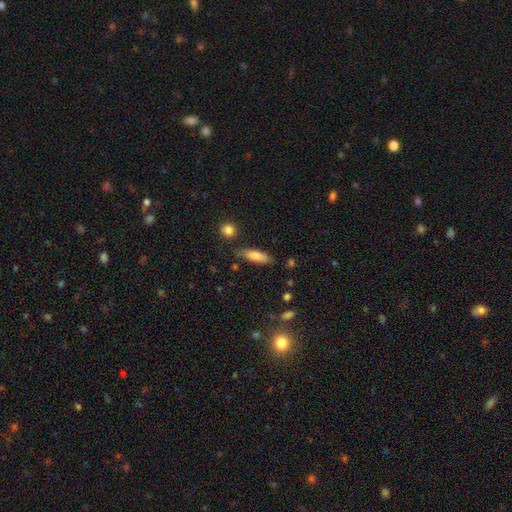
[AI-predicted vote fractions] smooth_or_featured: smooth (p=0.79) [alt: featured or disk p=0.15]
how_rounded: in between (p=0.52) [alt: cigar-shaped p=0.46]
merging: none (p=0.75) [alt: minor disturbance p=0.18]